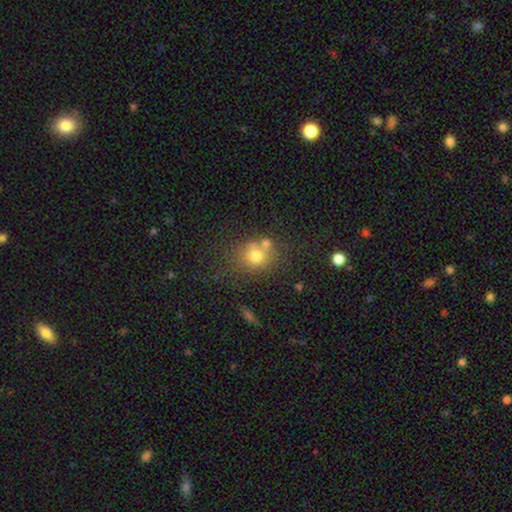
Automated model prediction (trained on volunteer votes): This appears to be a smooth galaxy with no disk features (70%) that is round (72%). Merging: none (52%).